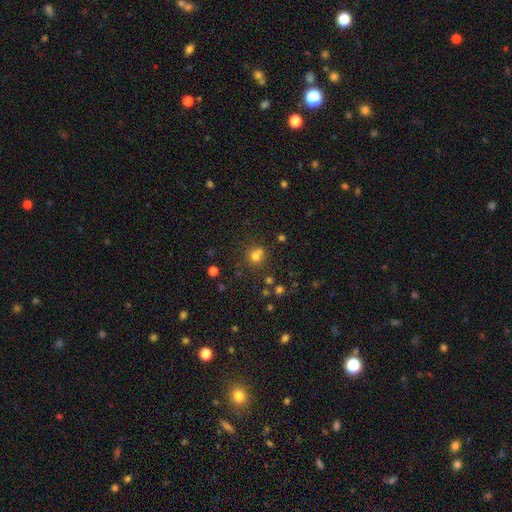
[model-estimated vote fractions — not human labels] The model was most divided on "merging": none: 57%, merger: 29%, minor disturbance: 10%, major disturbance: 4%. More confident: how rounded — round (84%); smooth or featured — smooth (70%).